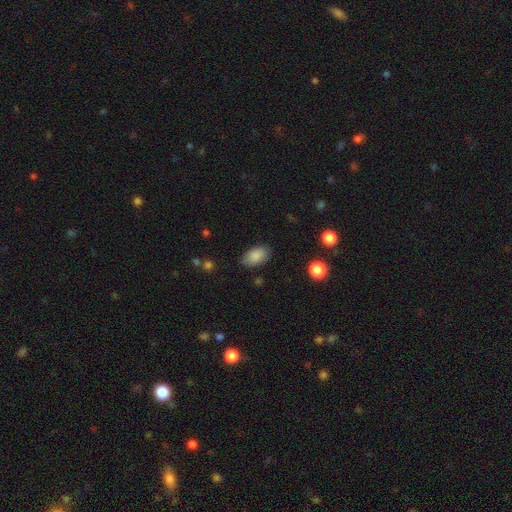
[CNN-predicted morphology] smooth_or_featured: smooth (p=0.87) [alt: star or artifact p=0.07]
how_rounded: in between (p=0.93) [alt: round p=0.05]
merging: none (p=0.81) [alt: minor disturbance p=0.14]